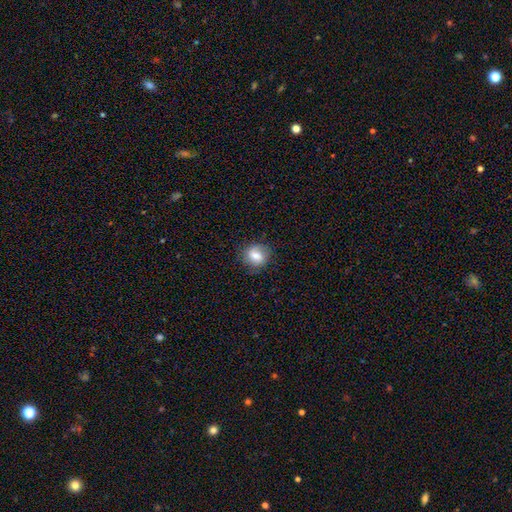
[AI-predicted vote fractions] This appears to be a smooth galaxy with no disk features (63%) that is round (77%). Merging: none (81%).